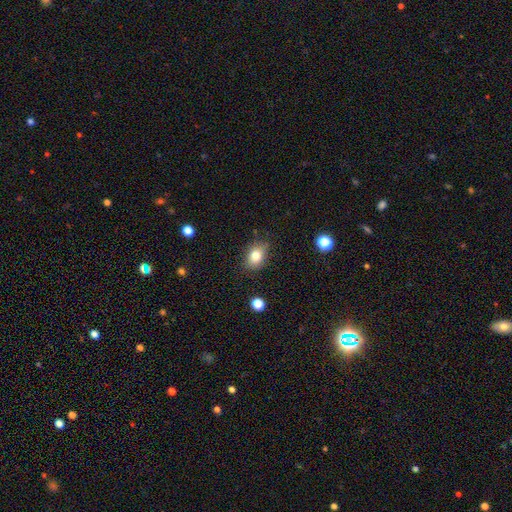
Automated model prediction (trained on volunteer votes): smooth 80%, featured or disk 10%, star or artifact 10%. Down the decision tree: how rounded — in between (70%); merging — none (78%).